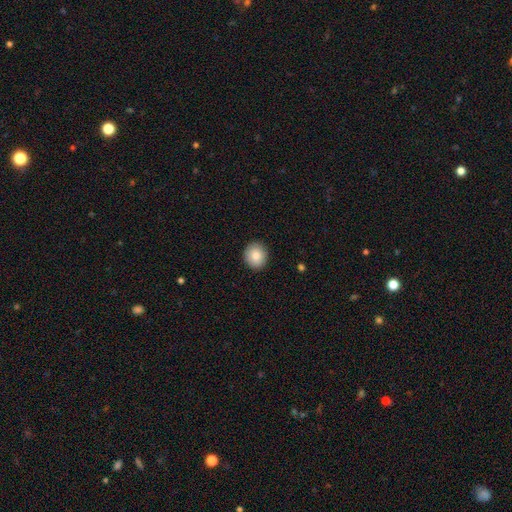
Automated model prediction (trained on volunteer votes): Morphology: type=smooth (86%); roundness=round (87%); merging=none (92%).